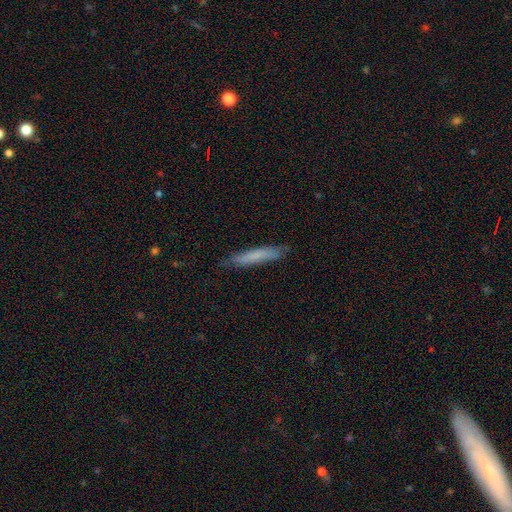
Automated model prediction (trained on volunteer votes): smooth-or-featured: smooth: 70% | featured or disk: 23% | star or artifact: 6%
  how-rounded: cigar-shaped: 93% | in between: 6% | round: 1%
  merging: none: 82% | minor disturbance: 14% | major disturbance: 2% | merger: 1%